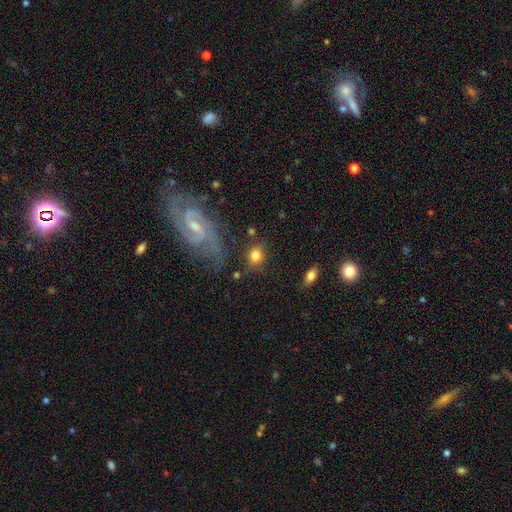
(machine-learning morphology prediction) A smooth galaxy with no disk features (78%) that is round (68%).

Vote fractions:
- Smooth or featured? smooth: 78% / featured or disk: 13% / star or artifact: 10%
- How rounded? round: 68% / in between: 30% / cigar-shaped: 2%
- Merging? none: 75% / minor disturbance: 13% / major disturbance: 6% / merger: 6%